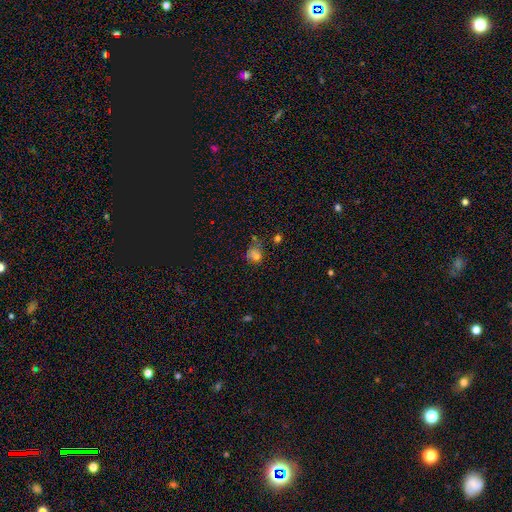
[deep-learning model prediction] smooth-or-featured: smooth: 69% | star or artifact: 18% | featured or disk: 13%
  how-rounded: round: 72% | in between: 27% | cigar-shaped: 1%
  merging: none: 45% | minor disturbance: 23% | merger: 17% | major disturbance: 15%